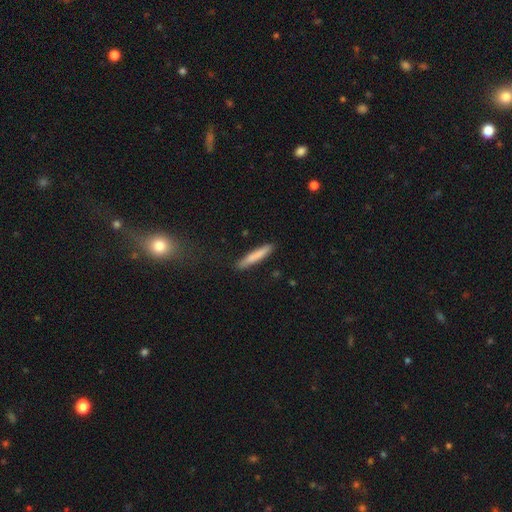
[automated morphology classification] This is likely a smooth galaxy (77%). How rounded: clearly cigar-shaped (93%). Merging: clearly none (89%).